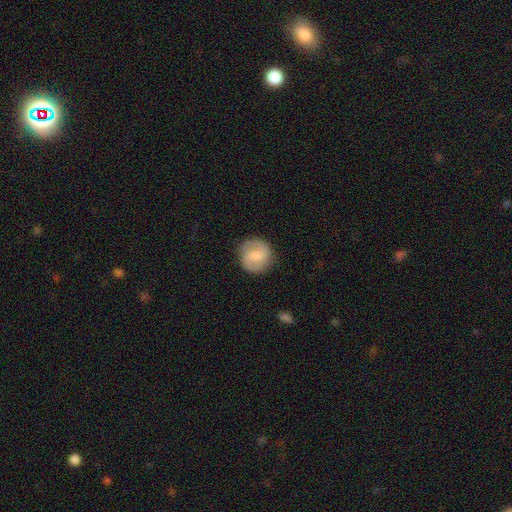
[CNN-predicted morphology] A featured or disk galaxy (56%) with a weak bar (56%), spiral arms (90%) and a small central bulge (42%). Merging: none (86%).